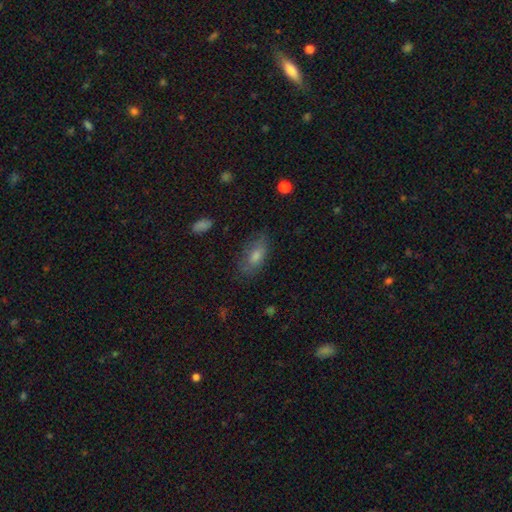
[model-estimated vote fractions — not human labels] Morphology: type=smooth (64%); roundness=in between (84%); merging=none (76%).